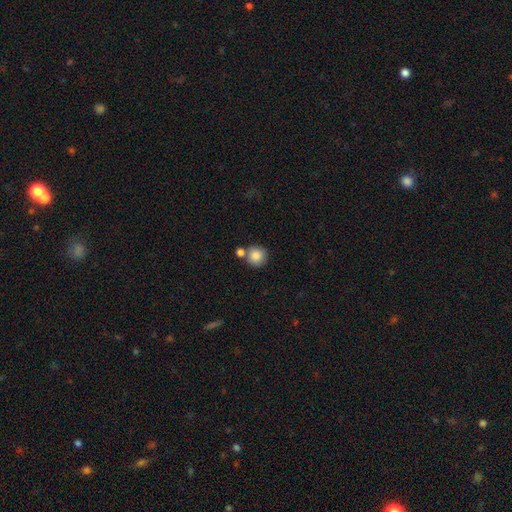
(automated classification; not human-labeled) Smooth or featured: smooth — 85% (star or artifact — 9%)
How rounded: round — 93% (in between — 6%)
Merging: none — 67% (merger — 20%)